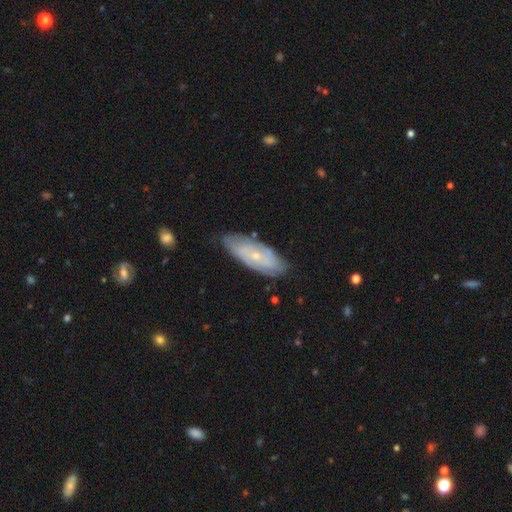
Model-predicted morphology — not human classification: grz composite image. It shows a featured or disk galaxy (61%) with no bar (77%), spiral arms (77%) and a small central bulge (74%). Merging: none (76%).